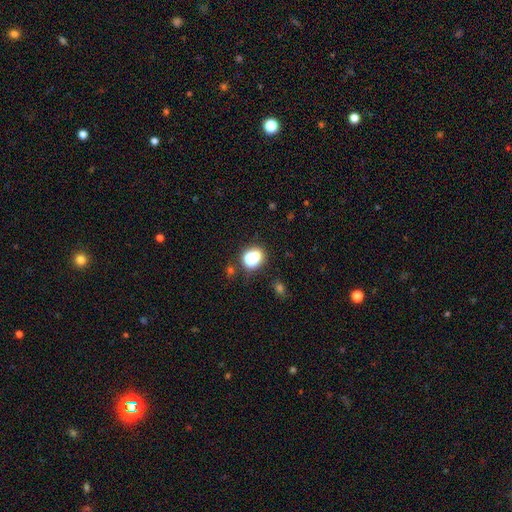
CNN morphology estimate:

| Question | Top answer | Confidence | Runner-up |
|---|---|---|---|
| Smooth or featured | smooth | 59% | star or artifact (31%) |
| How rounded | round | 73% | in between (26%) |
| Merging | none | 70% | minor disturbance (13%) |